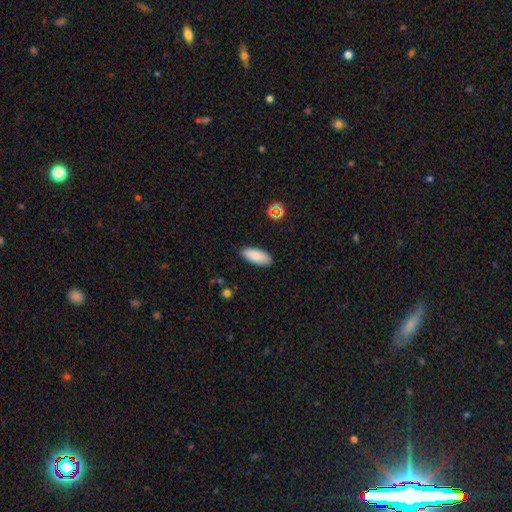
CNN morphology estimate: smooth_or_featured: smooth (p=0.87) [alt: star or artifact p=0.07]
how_rounded: in between (p=0.83) [alt: cigar-shaped p=0.15]
merging: none (p=0.88) [alt: minor disturbance p=0.09]